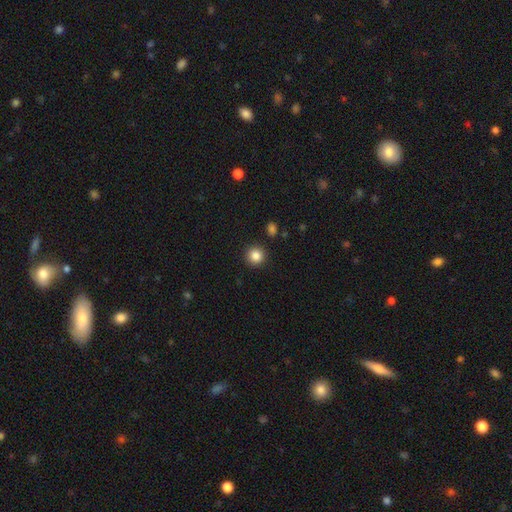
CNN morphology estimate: smooth 85%, star or artifact 10%, featured or disk 4%. Down the decision tree: how rounded — round (94%); merging — none (91%).